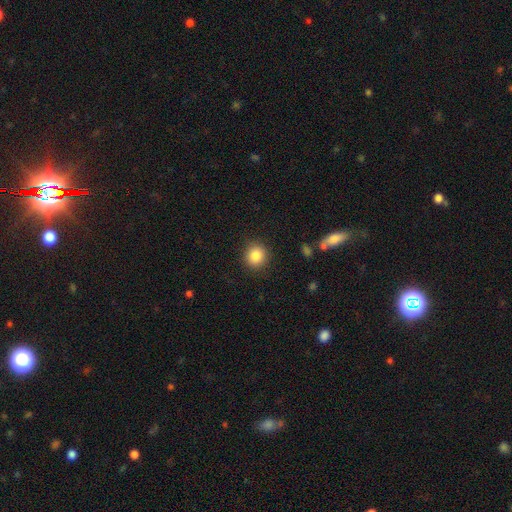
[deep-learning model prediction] Morphology: type=smooth (85%); roundness=round (89%); merging=none (89%).